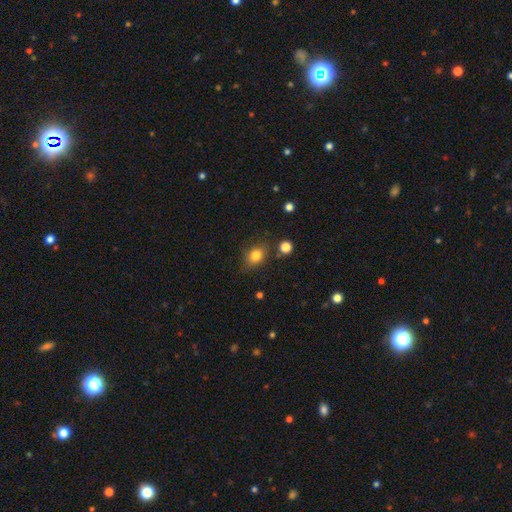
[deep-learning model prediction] A smooth galaxy with no disk features (82%) that is in between round and cigar-shaped (54%). Merging: none (76%).